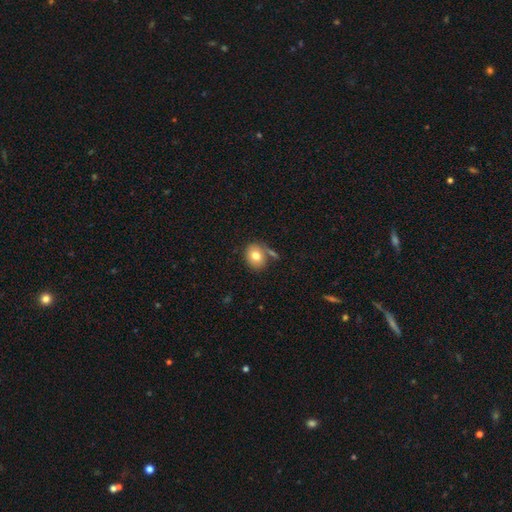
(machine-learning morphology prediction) type=smooth (76%); roundness=round (64%); merging=none (63%).